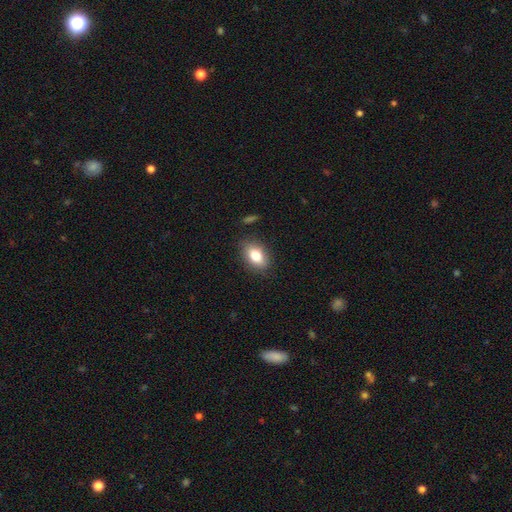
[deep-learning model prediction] Overall: smooth (79%). How rounded: in between (84%). Merging: none (84%).